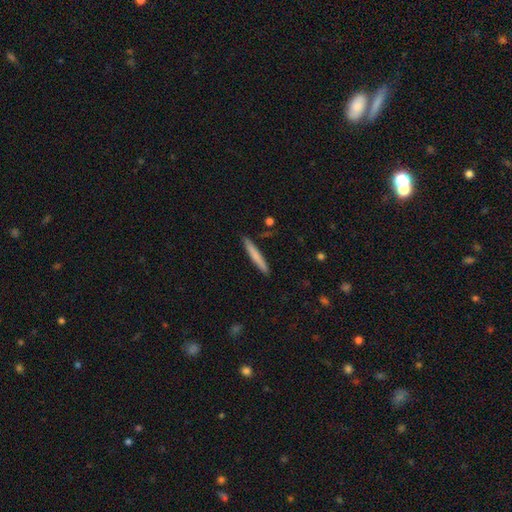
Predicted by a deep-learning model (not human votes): Morphology: type=smooth (72%); roundness=cigar-shaped (96%); merging=none (90%).